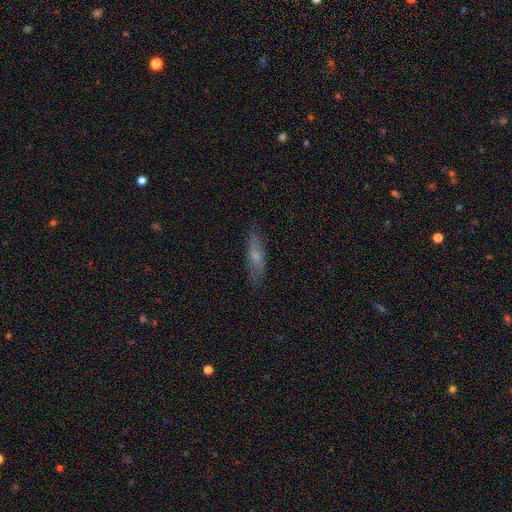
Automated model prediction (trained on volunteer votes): This appears to be a smooth galaxy with no disk features (53%) that is cigar-shaped (61%). Merging: none (79%).